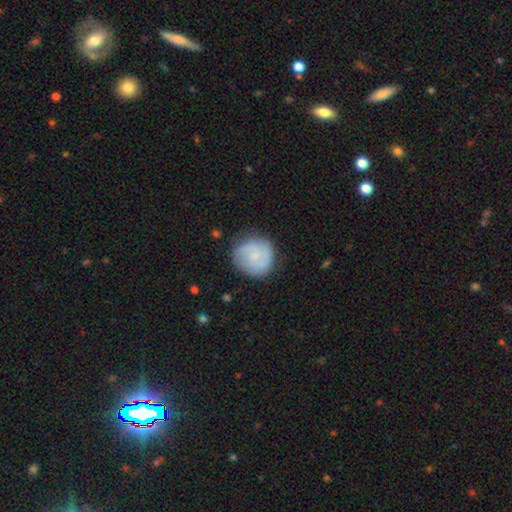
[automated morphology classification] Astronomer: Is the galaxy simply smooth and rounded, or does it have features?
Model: smooth — 56% (runner-up: featured or disk, 38%).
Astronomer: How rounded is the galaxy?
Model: round — 91%.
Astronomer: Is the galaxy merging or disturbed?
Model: none — 73%.